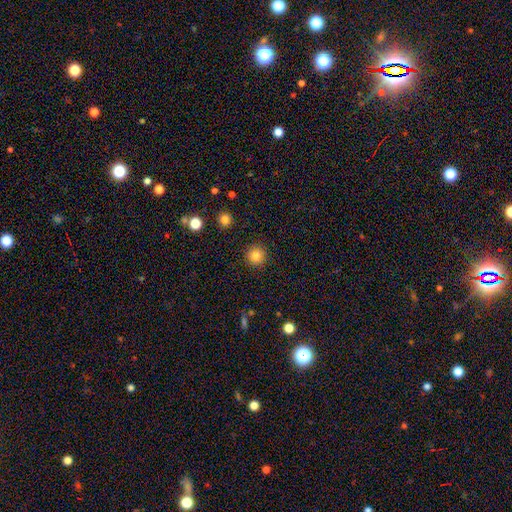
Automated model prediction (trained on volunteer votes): A smooth galaxy with no disk features (83%) that is round (95%).

Vote fractions:
- Smooth or featured? smooth: 83% / star or artifact: 12% / featured or disk: 6%
- How rounded? round: 95% / in between: 4% / cigar-shaped: 1%
- Merging? none: 91% / minor disturbance: 5% / major disturbance: 2% / merger: 1%